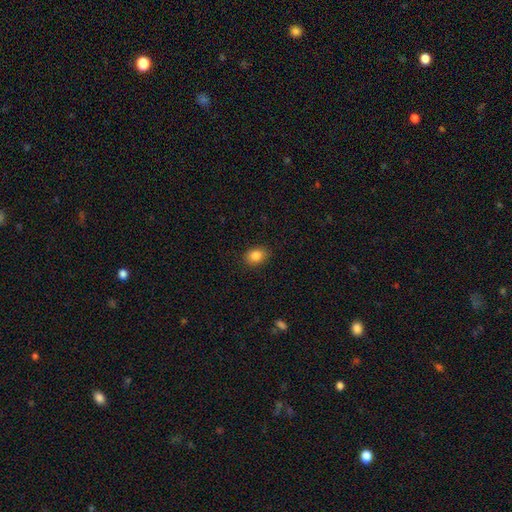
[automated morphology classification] This is clearly a smooth galaxy (85%). How rounded: likely in between (62%). Merging: clearly none (86%).